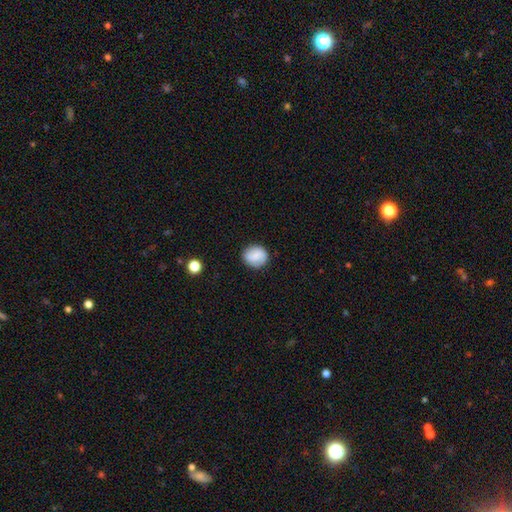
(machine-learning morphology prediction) smooth_or_featured: smooth (p=0.74) [alt: featured or disk p=0.18]
how_rounded: round (p=0.81) [alt: in between p=0.18]
merging: none (p=0.85) [alt: minor disturbance p=0.10]